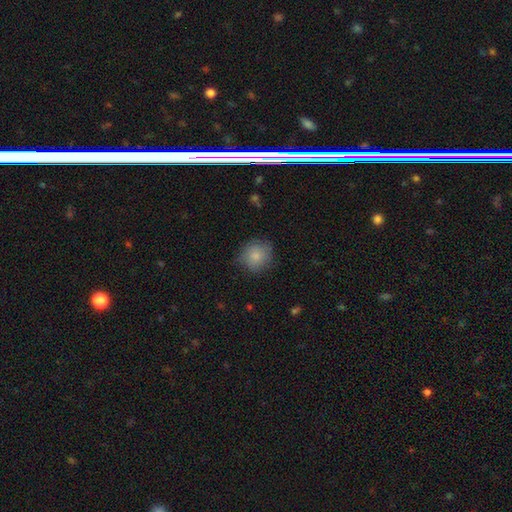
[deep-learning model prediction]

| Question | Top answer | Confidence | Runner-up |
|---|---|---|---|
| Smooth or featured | smooth | 82% | featured or disk (10%) |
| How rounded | round | 87% | in between (12%) |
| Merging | none | 74% | minor disturbance (21%) |